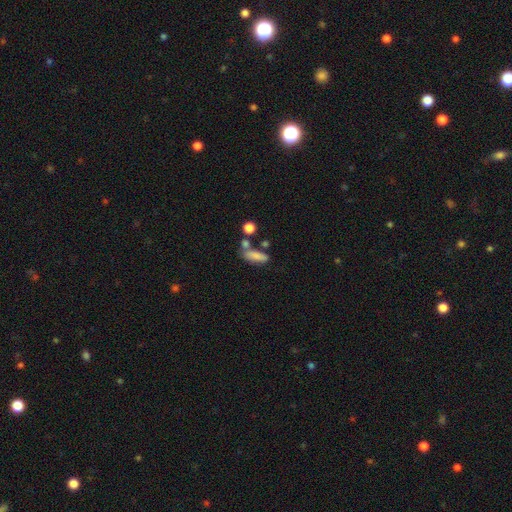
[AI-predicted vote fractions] Q: Smooth or featured?
A: smooth (79%); runner-up: featured or disk (11%)
Q: How rounded?
A: in between (59%); runner-up: cigar-shaped (35%)
Q: Merging?
A: none (51%); runner-up: merger (22%)